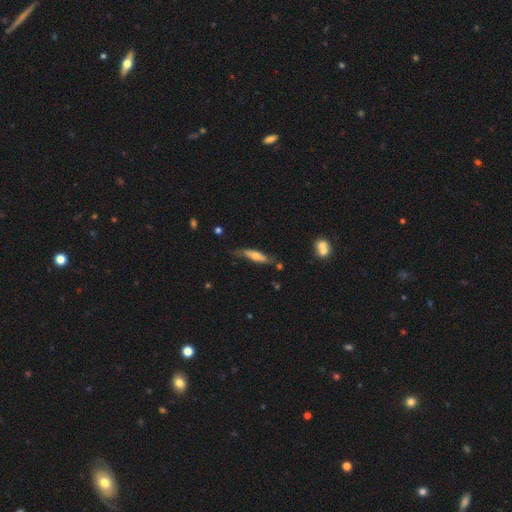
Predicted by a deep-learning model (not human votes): Overall: smooth (53%; featured or disk 41%). How rounded: cigar-shaped (68%; in between 30%). Merging: none (62%; minor disturbance 26%).